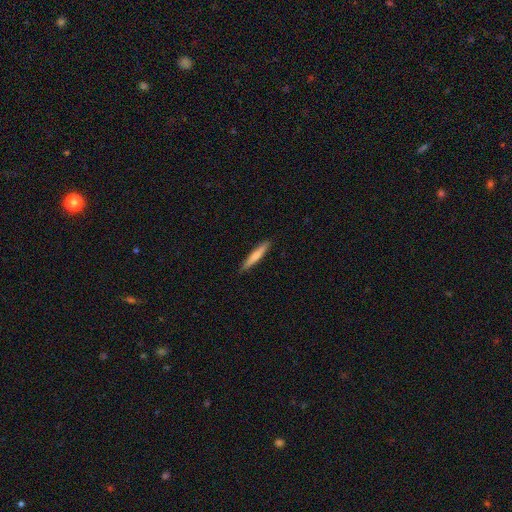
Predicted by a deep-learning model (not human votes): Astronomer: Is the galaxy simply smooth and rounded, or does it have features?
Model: smooth — 71%.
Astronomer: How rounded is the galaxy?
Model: cigar-shaped — 94%.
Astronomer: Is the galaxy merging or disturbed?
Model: none — 89%.